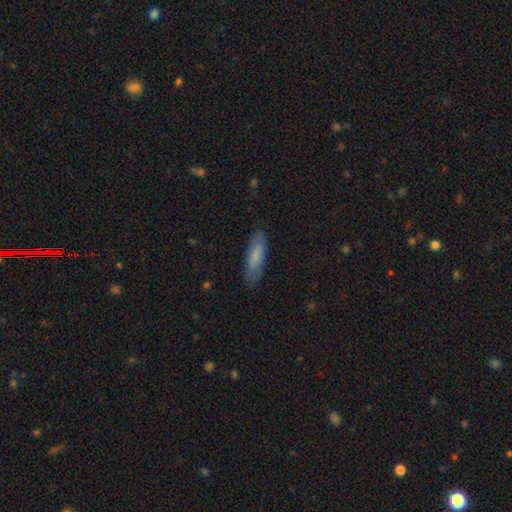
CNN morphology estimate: smooth 74%, featured or disk 20%, star or artifact 6%. Down the decision tree: how rounded — cigar-shaped (61%); merging — none (83%).